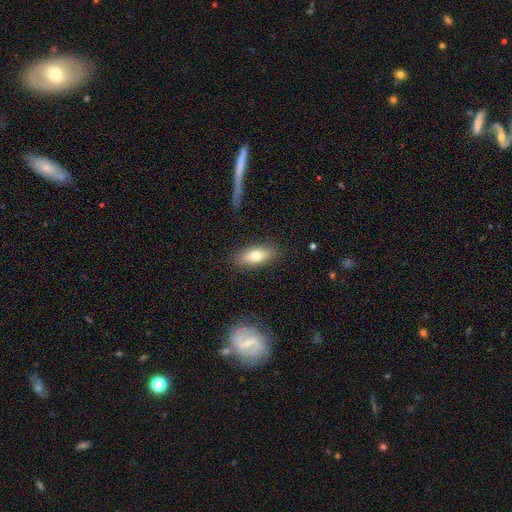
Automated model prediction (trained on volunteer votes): Smooth or featured? Predicted: smooth (p=0.73). How rounded? Predicted: in between (p=0.77). Merging? Predicted: none (p=0.86).